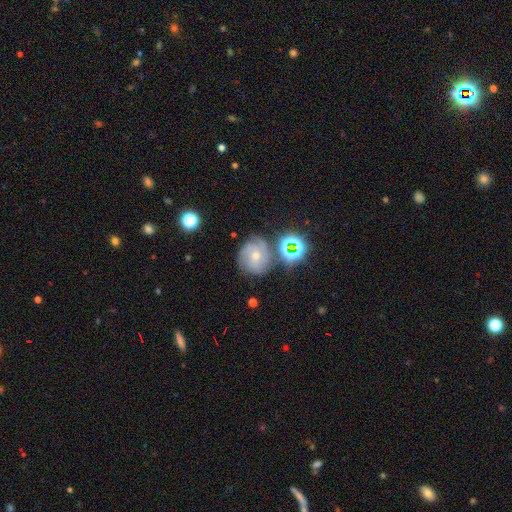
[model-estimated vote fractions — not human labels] featured or disk 55%, smooth 27%, star or artifact 17%. Down the decision tree: edge-on disk — no (97%); bar — no (71%); spiral arms — yes (86%); bulge size — small (47%, tied with moderate); merging — none (61%).